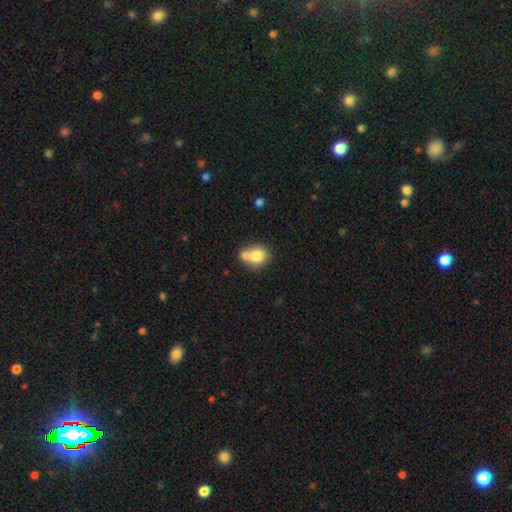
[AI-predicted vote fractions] Smooth or featured? smooth (77%)
How rounded? round (70%)
Merging? merger (44%)